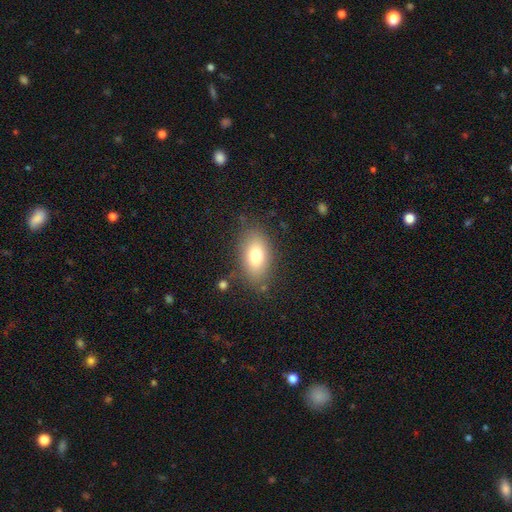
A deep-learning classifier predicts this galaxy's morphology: Smooth or featured? smooth (76%)
How rounded? in between (88%)
Merging? none (81%)